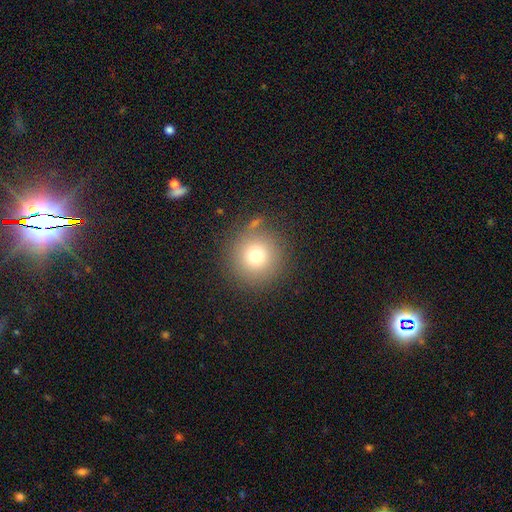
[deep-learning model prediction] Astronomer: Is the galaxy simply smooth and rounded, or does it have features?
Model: smooth — 75%.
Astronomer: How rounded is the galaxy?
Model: round — 95%.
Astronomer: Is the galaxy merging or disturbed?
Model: none — 83%.